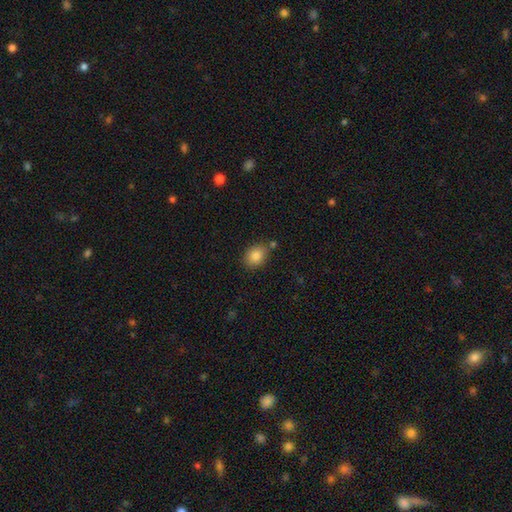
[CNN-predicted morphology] smooth_or_featured: smooth (p=0.84) [alt: star or artifact p=0.09]
how_rounded: in between (p=0.55) [alt: round p=0.44]
merging: none (p=0.75) [alt: minor disturbance p=0.14]